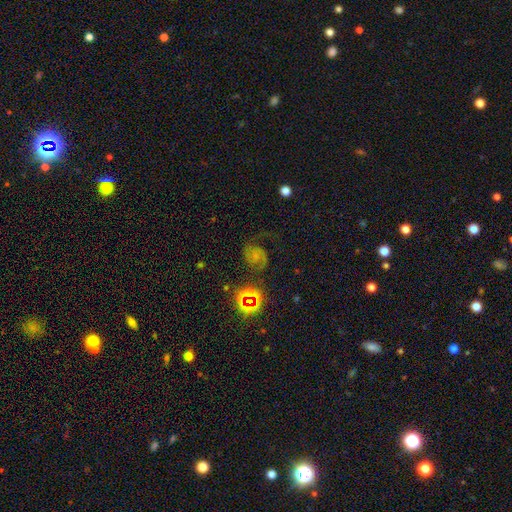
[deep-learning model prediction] Smooth or featured? featured or disk (54%)
Edge-on disk? no (98%)
Bar? no (66%)
Spiral arms? yes (91%)
Bulge size? small (40%)
Merging? none (60%)